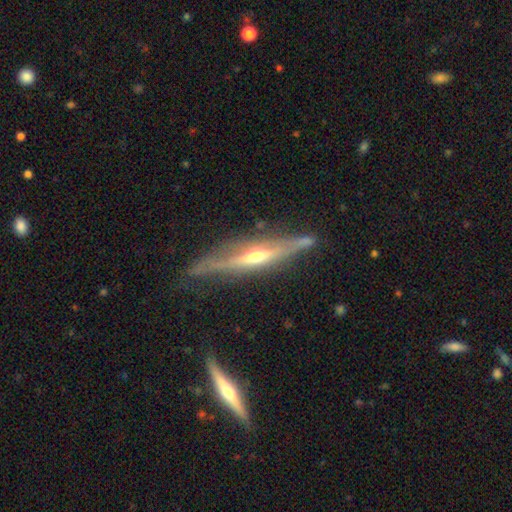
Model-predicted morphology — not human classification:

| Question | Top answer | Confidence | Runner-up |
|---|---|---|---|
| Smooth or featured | featured or disk | 79% | smooth (15%) |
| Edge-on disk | yes | 92% | no (8%) |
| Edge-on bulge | rounded | 81% | none (13%) |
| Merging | none | 74% | minor disturbance (18%) |